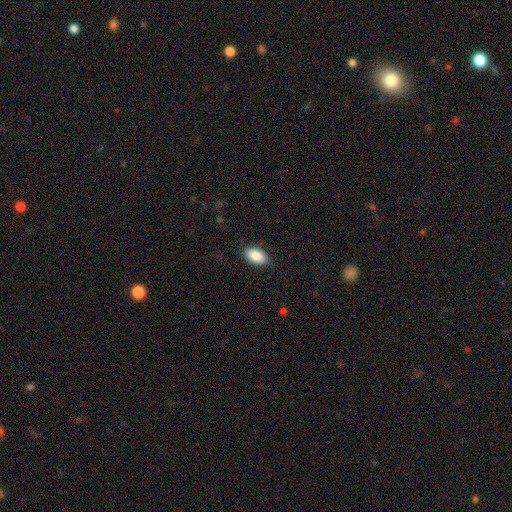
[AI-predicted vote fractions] A smooth galaxy with no disk features (89%) that is in between round and cigar-shaped (94%). Merging: none (87%).